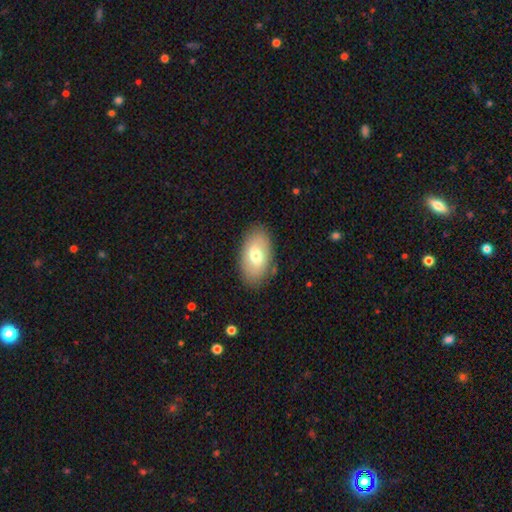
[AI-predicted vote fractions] Smooth or featured? Predicted: smooth (p=0.66). How rounded? Predicted: in between (p=0.93). Merging? Predicted: none (p=0.84).